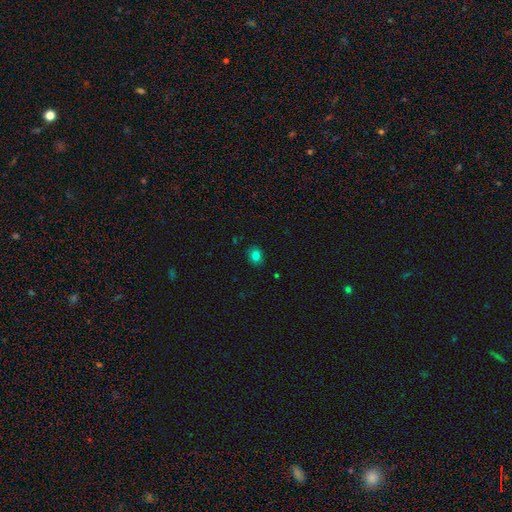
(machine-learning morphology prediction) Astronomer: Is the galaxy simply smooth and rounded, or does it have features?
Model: smooth — 81%.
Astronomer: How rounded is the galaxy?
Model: round — 50% (runner-up: in between, 49%).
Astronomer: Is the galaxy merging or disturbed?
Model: none — 86%.